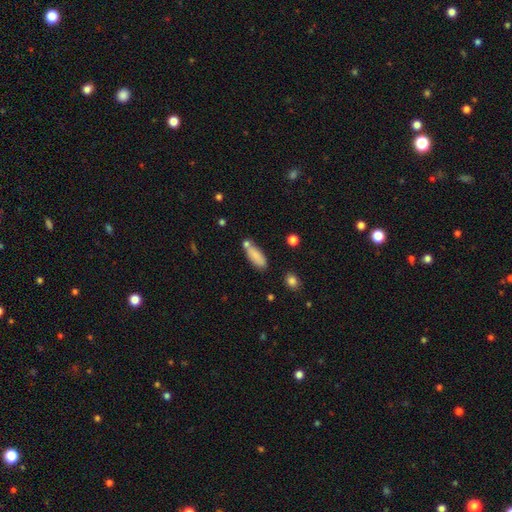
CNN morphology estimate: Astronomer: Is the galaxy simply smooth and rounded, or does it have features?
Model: smooth — 84%.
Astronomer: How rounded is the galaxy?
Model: in between — 68%.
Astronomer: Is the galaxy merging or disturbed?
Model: none — 59%.